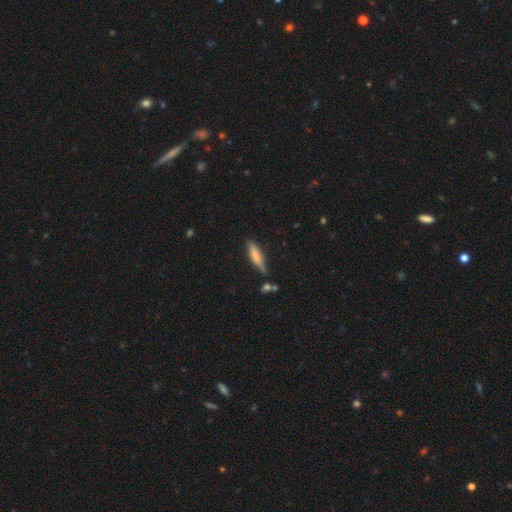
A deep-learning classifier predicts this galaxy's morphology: Overall: smooth (68%). How rounded: cigar-shaped (75%). Merging: none (76%).